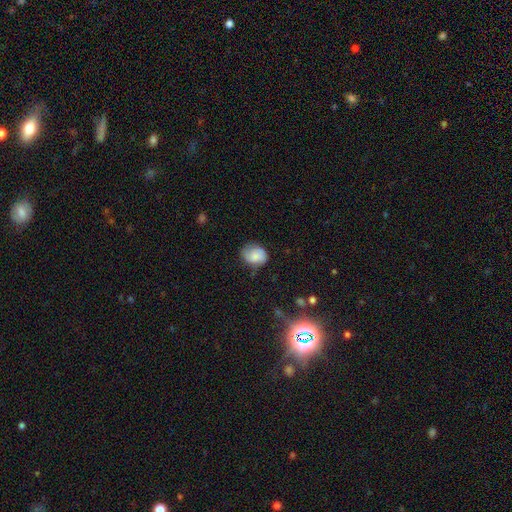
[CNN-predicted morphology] Smooth or featured? smooth (76%)
How rounded? in between (51%)
Merging? none (65%)